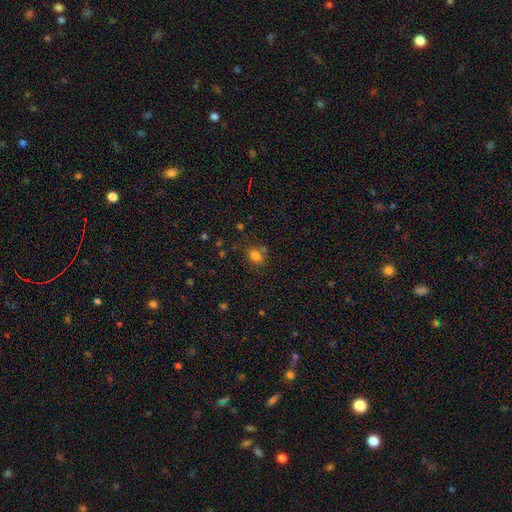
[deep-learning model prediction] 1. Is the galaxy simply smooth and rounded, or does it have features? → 78% smooth, 14% star or artifact, 7% featured or disk.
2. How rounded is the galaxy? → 61% round, 38% in between, 1% cigar-shaped.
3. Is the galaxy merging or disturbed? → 68% none, 15% minor disturbance, 13% merger, 5% major disturbance.